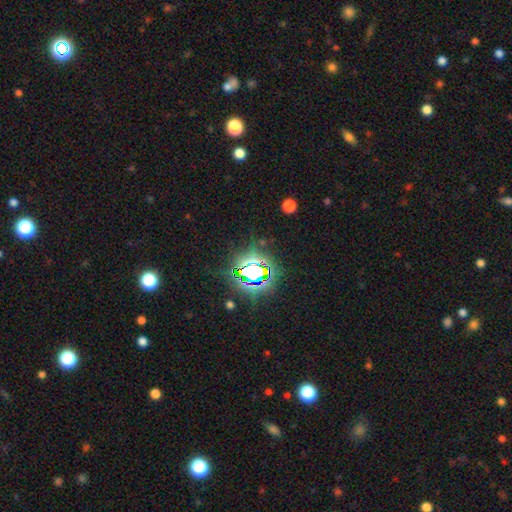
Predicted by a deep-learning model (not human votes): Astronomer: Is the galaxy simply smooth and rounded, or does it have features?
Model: star or artifact — 84%.